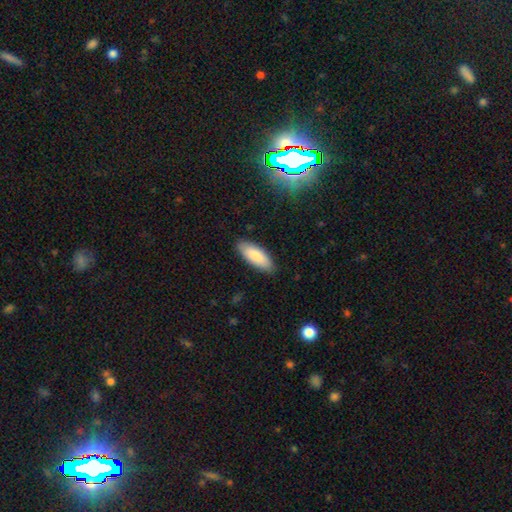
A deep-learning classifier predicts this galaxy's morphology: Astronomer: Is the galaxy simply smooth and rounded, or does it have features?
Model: smooth — 84%.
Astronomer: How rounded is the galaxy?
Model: in between — 76%.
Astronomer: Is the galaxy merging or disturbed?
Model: none — 88%.